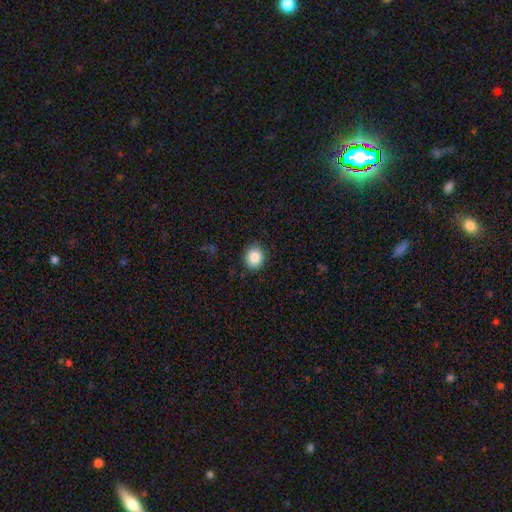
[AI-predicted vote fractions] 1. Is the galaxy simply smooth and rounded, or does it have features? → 86% smooth, 9% star or artifact, 5% featured or disk.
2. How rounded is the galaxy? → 78% round, 21% in between, 1% cigar-shaped.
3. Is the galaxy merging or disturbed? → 89% none, 8% minor disturbance, 2% major disturbance, 1% merger.